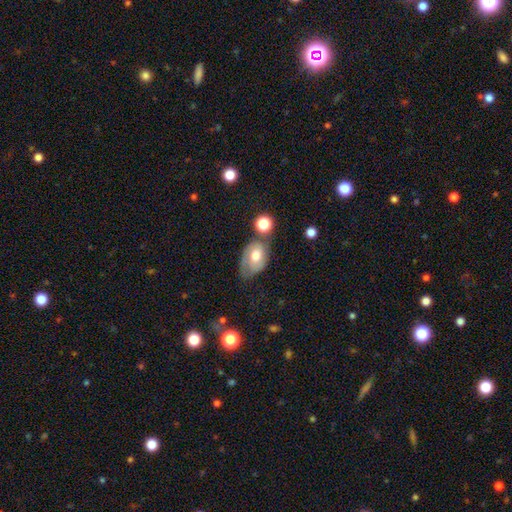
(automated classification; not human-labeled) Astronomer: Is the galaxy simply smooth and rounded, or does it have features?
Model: smooth — 55% (runner-up: featured or disk, 36%).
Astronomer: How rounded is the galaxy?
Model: in between — 81%.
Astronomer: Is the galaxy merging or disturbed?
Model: none — 43% (runner-up: minor disturbance, 29%).